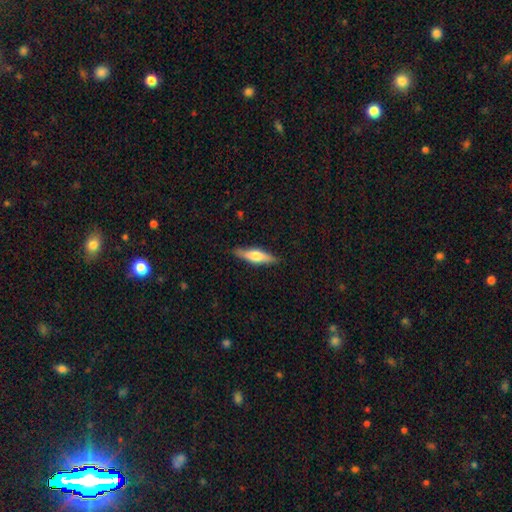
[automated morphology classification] type=smooth (50%); merging=none (87%).